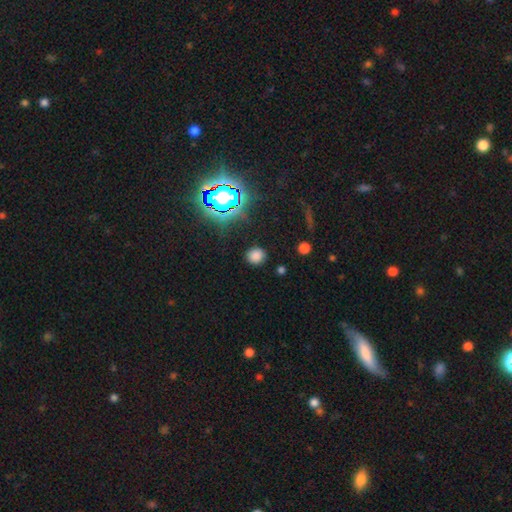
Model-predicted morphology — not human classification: smooth_or_featured: smooth (p=0.72) [alt: star or artifact p=0.22]
how_rounded: round (p=0.81) [alt: in between p=0.18]
merging: none (p=0.86) [alt: minor disturbance p=0.09]